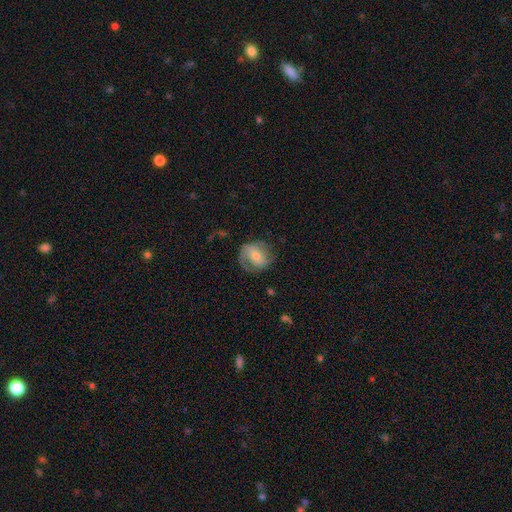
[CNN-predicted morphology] A featured or disk galaxy (56%) with no bar (44%), spiral arms (82%) and a moderate central bulge (49%).

Vote fractions:
- Smooth or featured? featured or disk: 56% / smooth: 37% / star or artifact: 7%
- Edge-on disk? no: 97% / yes: 3%
- Bar? no: 44% / weak: 38% / strong: 18%
- Spiral arms? yes: 82% / no: 18%
- Bulge size? moderate: 49% / small: 43% / large: 5% / none: 3% / dominant: 1%
- Merging? none: 62% / minor disturbance: 22% / major disturbance: 15% / merger: 1%